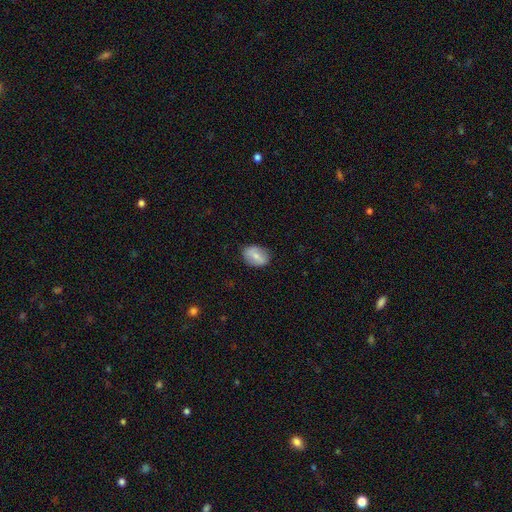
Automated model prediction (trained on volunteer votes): A smooth galaxy with no disk features (61%) that is in between round and cigar-shaped (74%). Merging: none (83%).